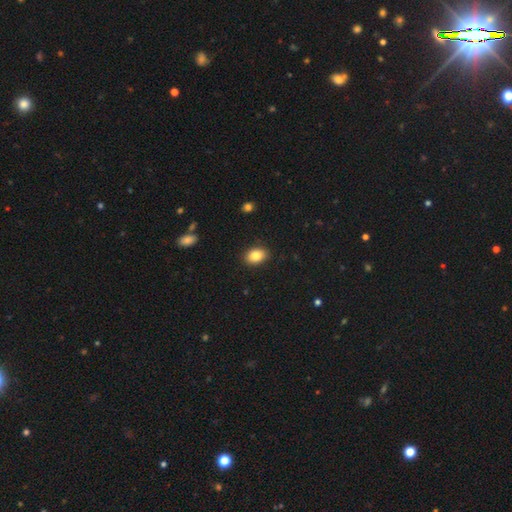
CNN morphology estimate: smooth-or-featured: smooth: 84% | star or artifact: 8% | featured or disk: 8%
  how-rounded: in between: 82% | round: 17% | cigar-shaped: 1%
  merging: none: 89% | minor disturbance: 8% | major disturbance: 2% | merger: 1%